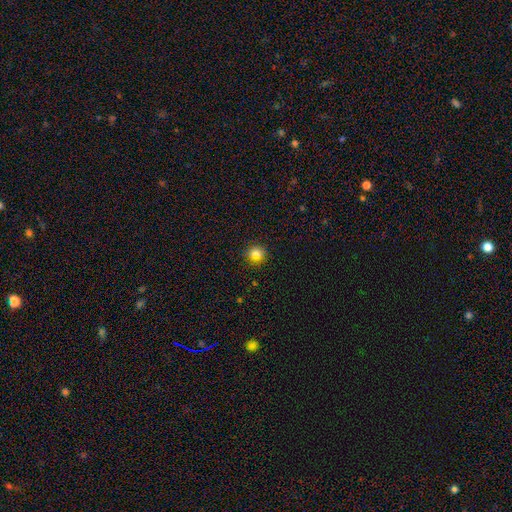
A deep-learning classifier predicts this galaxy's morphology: smooth-or-featured: smooth: 80% | star or artifact: 14% | featured or disk: 7%
  how-rounded: round: 84% | in between: 15% | cigar-shaped: 1%
  merging: none: 89% | minor disturbance: 7% | major disturbance: 2% | merger: 2%